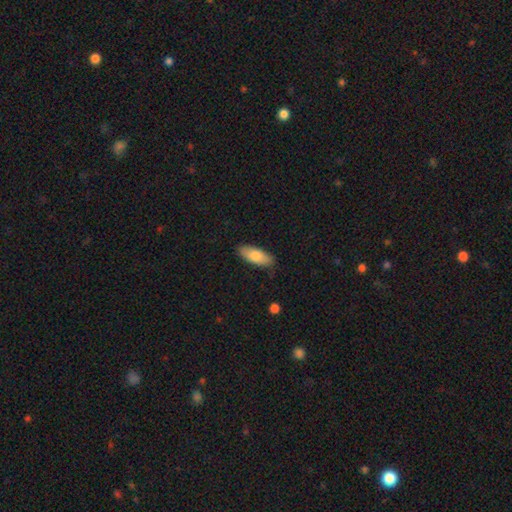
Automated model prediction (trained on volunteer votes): Smooth or featured? Predicted: smooth (p=0.78). How rounded? Predicted: in between (p=0.80). Merging? Predicted: none (p=0.85).